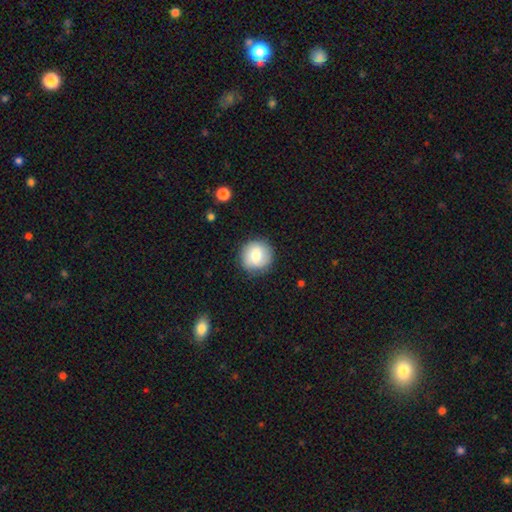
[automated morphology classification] This appears to be a smooth galaxy with no disk features (76%) that is round (93%). Merging: none (87%).